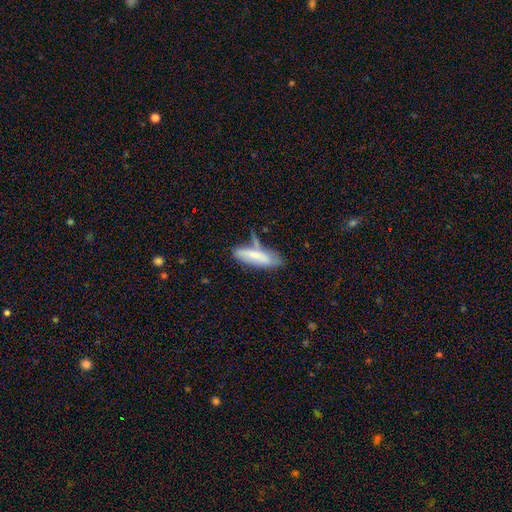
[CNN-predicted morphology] type=smooth (72%); roundness=cigar-shaped (58%); merging=none (43%).